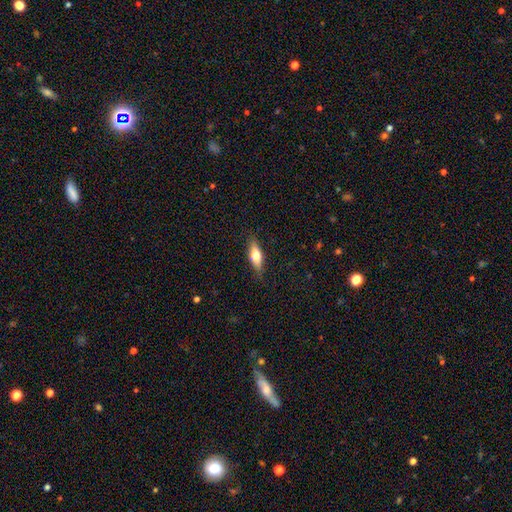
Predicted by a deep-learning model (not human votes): Smooth or featured?
  - smooth: 65% *
  - featured or disk: 29%
  - star or artifact: 6%
How rounded?
  - in between: 57% *
  - cigar-shaped: 40%
  - round: 3%
Merging?
  - none: 83% *
  - minor disturbance: 13%
  - major disturbance: 3%
  - merger: 1%